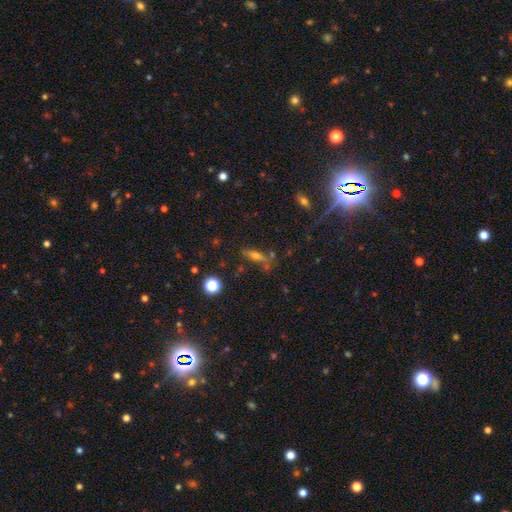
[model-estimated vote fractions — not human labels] A smooth galaxy with no disk features (45%). Merging: none (65%).